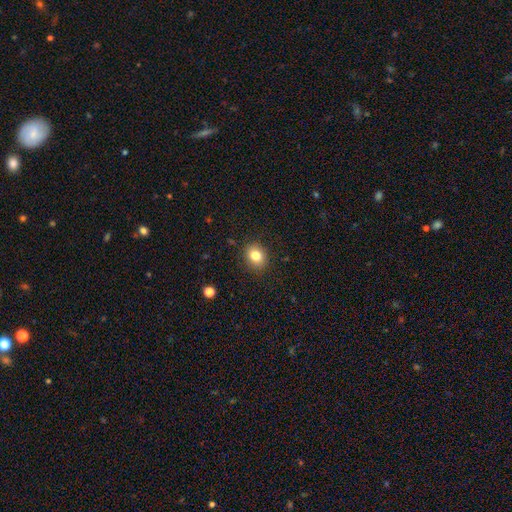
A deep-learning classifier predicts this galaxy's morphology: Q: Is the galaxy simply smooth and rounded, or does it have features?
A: smooth — 81%.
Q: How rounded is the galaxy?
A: round — 66%.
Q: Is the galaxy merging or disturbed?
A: none — 88%.